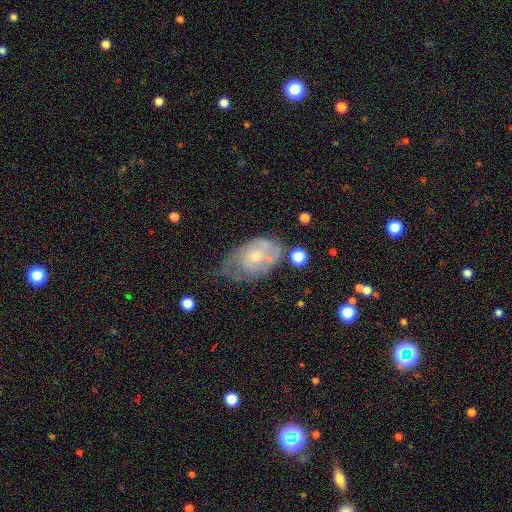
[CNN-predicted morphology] type=featured or disk (53%); edge-on=no (94%); bar=no (82%); spiral arms=yes (51%); bulge=small (48%); merging=minor disturbance (38%).